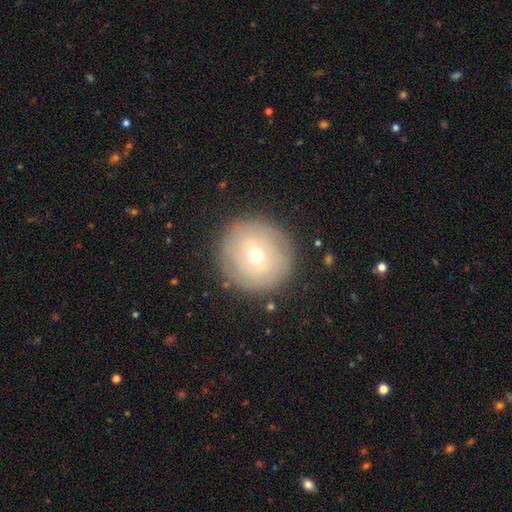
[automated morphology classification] Smooth or featured?
  - smooth: 55% *
  - featured or disk: 33%
  - star or artifact: 12%
How rounded?
  - round: 93% *
  - in between: 6%
  - cigar-shaped: 1%
Merging?
  - none: 86% *
  - minor disturbance: 9%
  - major disturbance: 4%
  - merger: 1%